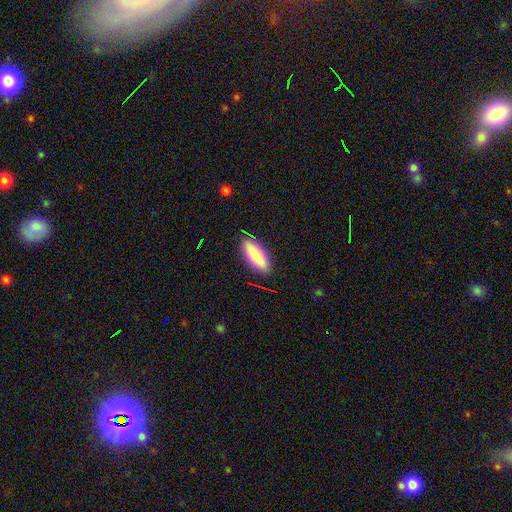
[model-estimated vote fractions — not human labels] Smooth or featured? Predicted: smooth (p=0.82). How rounded? Predicted: in between (p=0.65). Merging? Predicted: none (p=0.85).